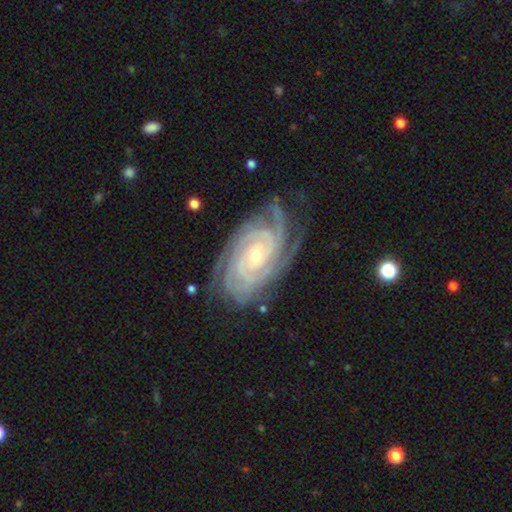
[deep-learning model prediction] A featured or disk galaxy (92%) with no bar (72%), 4 (33%) tight (83%) spiral arms (99%) and a small central bulge (68%).

Vote fractions:
- Smooth or featured? featured or disk: 92% / star or artifact: 5% / smooth: 3%
- Edge-on disk? no: 97% / yes: 3%
- Bar? no: 72% / weak: 19% / strong: 9%
- Spiral arms? yes: 99% / no: 1%
- Spiral winding? tight: 83% / medium: 15% / loose: 2%
- Spiral arm count? 4: 33% / 3: 21% / more than 4: 14% / can't tell: 14% / 2: 11% / 1: 7%
- Bulge size? small: 68% / moderate: 29% / large: 1% / none: 1% / dominant: 1%
- Merging? none: 76% / minor disturbance: 17% / major disturbance: 5% / merger: 1%